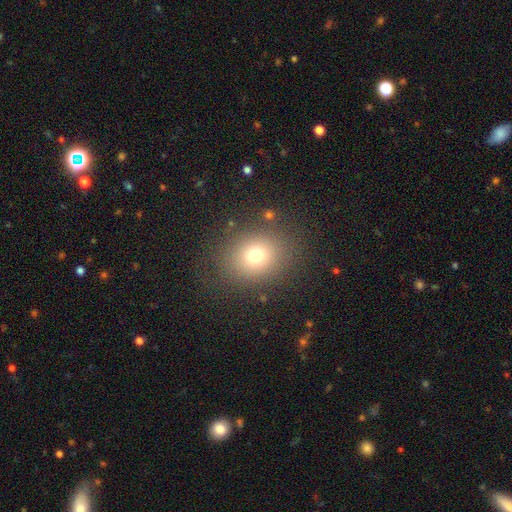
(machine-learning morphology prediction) smooth-or-featured: smooth: 73% | star or artifact: 17% | featured or disk: 11%
  how-rounded: round: 65% | in between: 34% | cigar-shaped: 1%
  merging: none: 83% | minor disturbance: 9% | major disturbance: 5% | merger: 2%